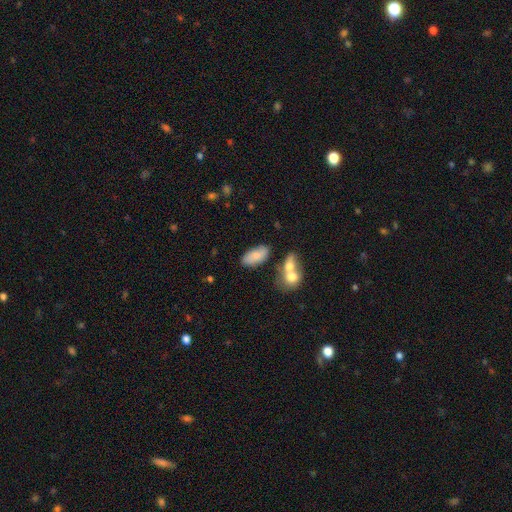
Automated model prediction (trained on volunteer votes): Smooth or featured: smooth — 72% (featured or disk — 20%)
How rounded: in between — 90% (cigar-shaped — 6%)
Merging: none — 64% (minor disturbance — 17%)